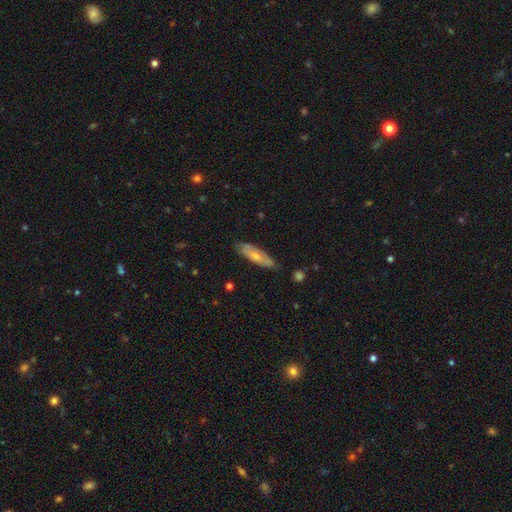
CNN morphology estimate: This is possibly a smooth galaxy (59%). How rounded: possibly cigar-shaped (56%). Merging: likely none (77%).